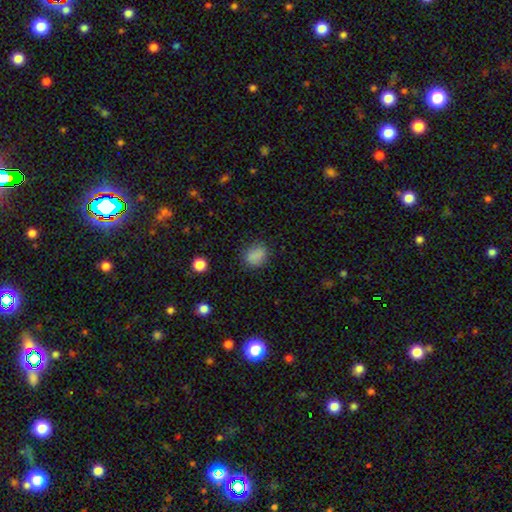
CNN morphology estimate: smooth-or-featured: smooth: 83% | star or artifact: 12% | featured or disk: 5%
  how-rounded: in between: 53% | round: 46% | cigar-shaped: 1%
  merging: none: 75% | minor disturbance: 18% | major disturbance: 5% | merger: 2%